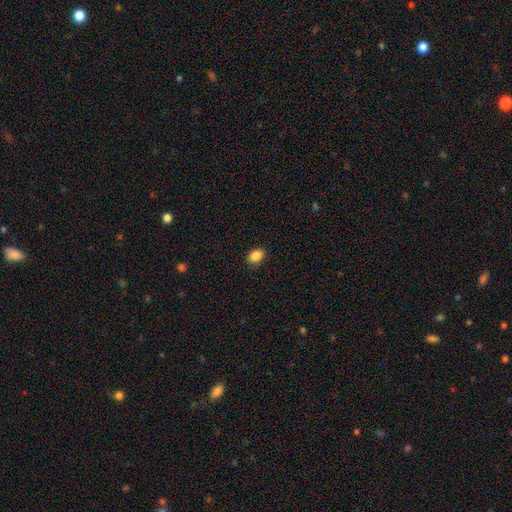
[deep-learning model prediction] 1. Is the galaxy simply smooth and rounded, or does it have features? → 88% smooth, 9% star or artifact, 3% featured or disk.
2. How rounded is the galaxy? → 72% in between, 27% round, 1% cigar-shaped.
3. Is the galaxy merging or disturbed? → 87% none, 10% minor disturbance, 2% major disturbance, 1% merger.